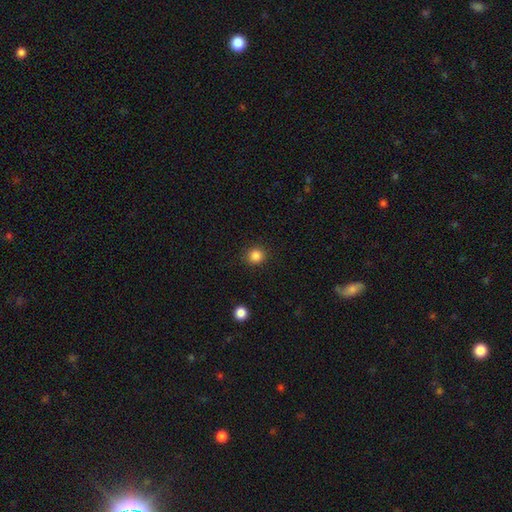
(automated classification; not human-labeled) smooth-or-featured: smooth: 85% | star or artifact: 12% | featured or disk: 4%
  how-rounded: round: 91% | in between: 8% | cigar-shaped: 1%
  merging: none: 90% | minor disturbance: 6% | major disturbance: 2% | merger: 1%